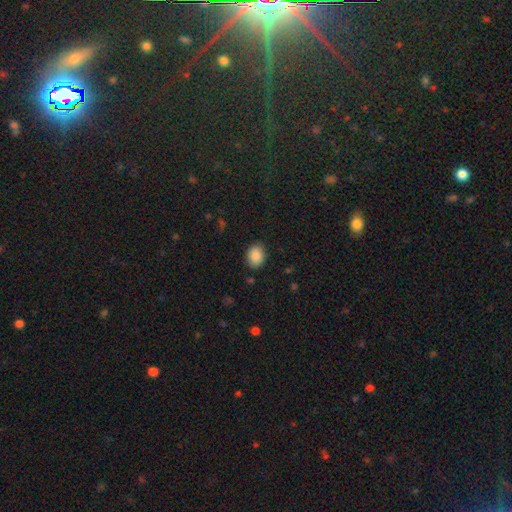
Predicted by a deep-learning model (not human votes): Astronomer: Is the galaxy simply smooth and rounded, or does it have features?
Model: smooth — 89%.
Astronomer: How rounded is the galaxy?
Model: in between — 67%.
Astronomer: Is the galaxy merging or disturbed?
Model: none — 86%.